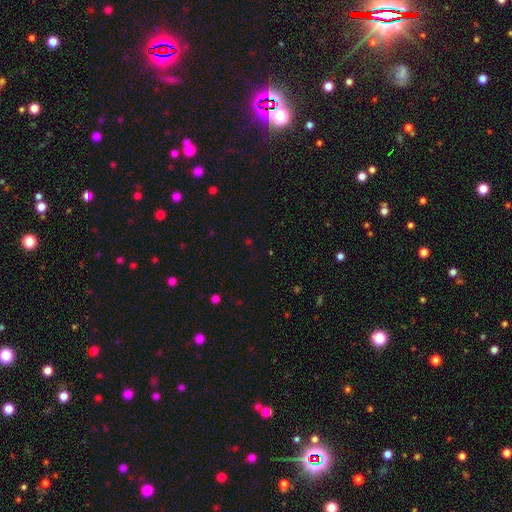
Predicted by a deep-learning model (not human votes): Smooth or featured?
  - star or artifact: 62% *
  - smooth: 30%
  - featured or disk: 7%